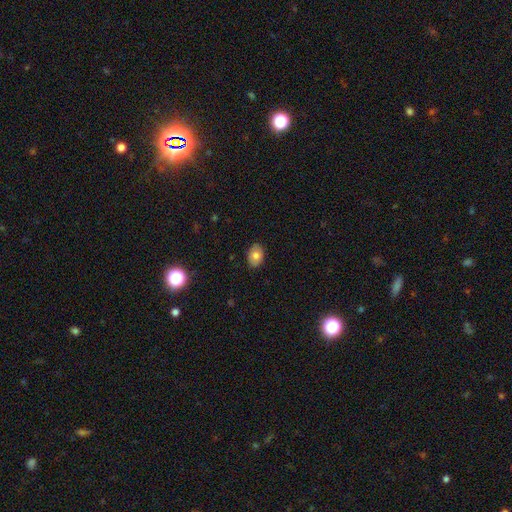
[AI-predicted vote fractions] Smooth or featured?
  - smooth: 74% *
  - featured or disk: 18%
  - star or artifact: 9%
How rounded?
  - in between: 75% *
  - round: 24%
  - cigar-shaped: 1%
Merging?
  - none: 86% *
  - minor disturbance: 11%
  - major disturbance: 2%
  - merger: 1%